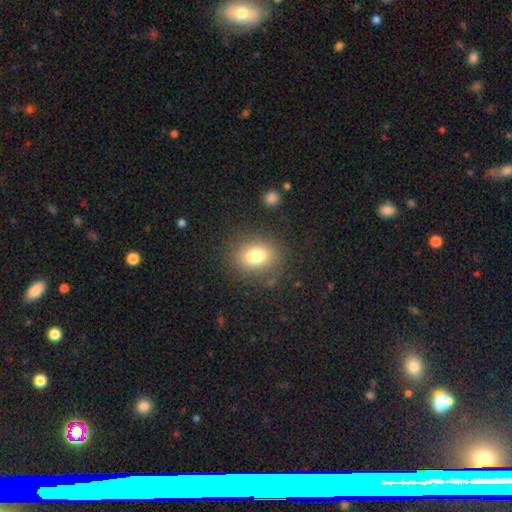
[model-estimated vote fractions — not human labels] Q: Smooth or featured?
A: smooth (78%); runner-up: star or artifact (11%)
Q: How rounded?
A: round (55%); runner-up: in between (44%)
Q: Merging?
A: none (80%); runner-up: minor disturbance (12%)